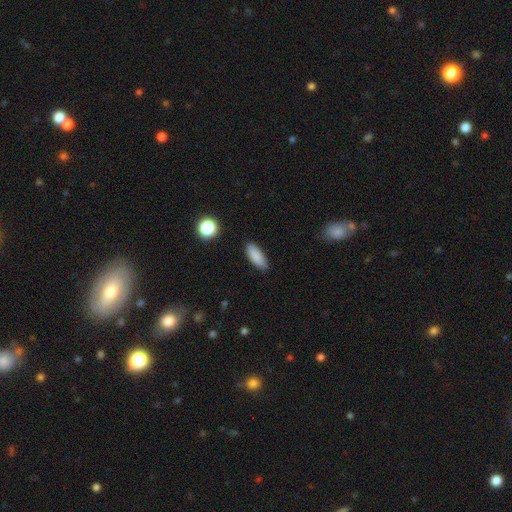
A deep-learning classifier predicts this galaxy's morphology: Q: Smooth or featured?
A: smooth (88%); runner-up: star or artifact (8%)
Q: How rounded?
A: in between (76%); runner-up: cigar-shaped (22%)
Q: Merging?
A: none (88%); runner-up: minor disturbance (9%)